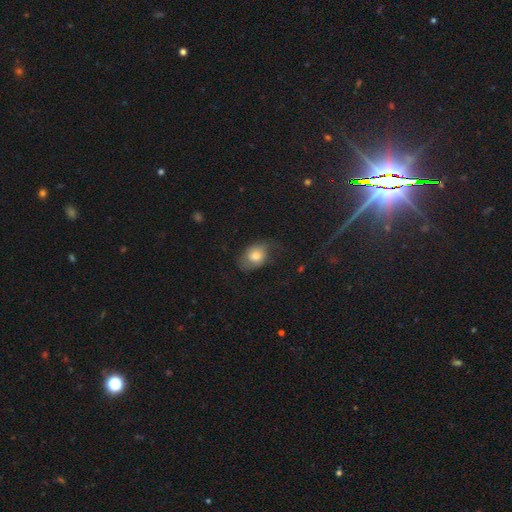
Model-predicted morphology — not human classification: Smooth or featured?
  - smooth: 64% *
  - featured or disk: 27%
  - star or artifact: 9%
How rounded?
  - in between: 72% *
  - round: 27%
  - cigar-shaped: 1%
Merging?
  - none: 55% *
  - minor disturbance: 27%
  - major disturbance: 17%
  - merger: 2%